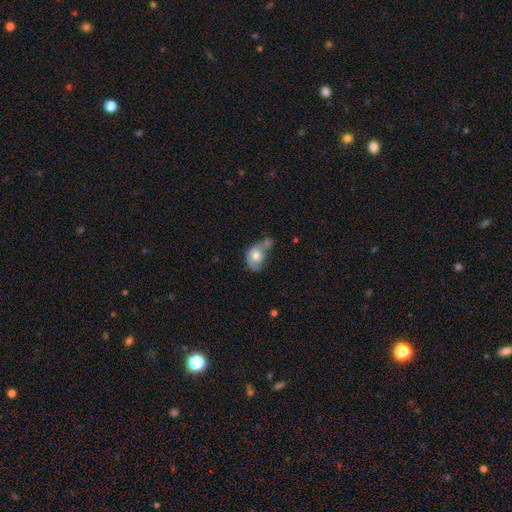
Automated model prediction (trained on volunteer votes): This appears to be a smooth galaxy with no disk features (65%) that is in between round and cigar-shaped (67%). Merging: merger (32%).